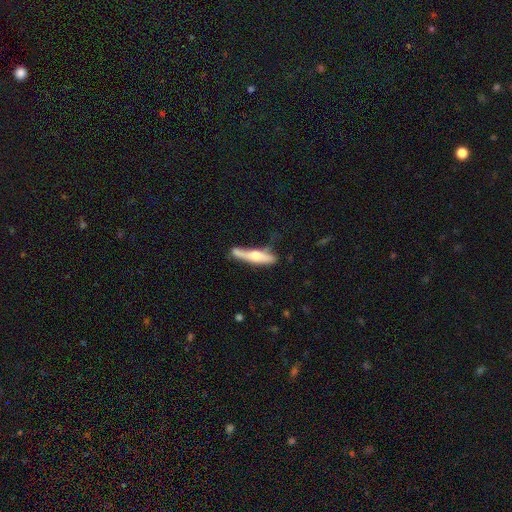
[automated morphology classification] Smooth or featured? Predicted: featured or disk (p=0.52). Edge-on disk? Predicted: yes (p=0.84). Merging? Predicted: none (p=0.50).